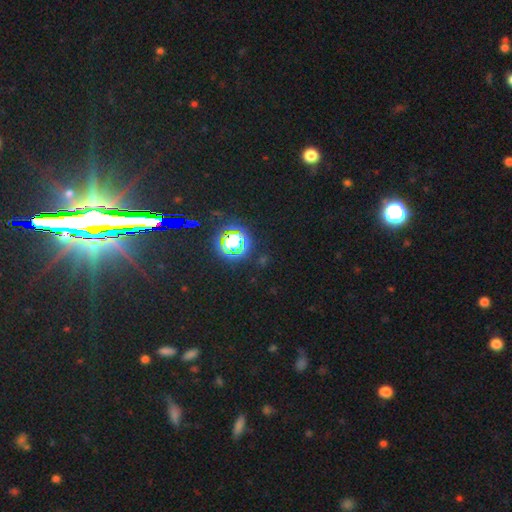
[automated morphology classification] The model was most divided on "smooth or featured": star or artifact: 78%, smooth: 12%, featured or disk: 10%.